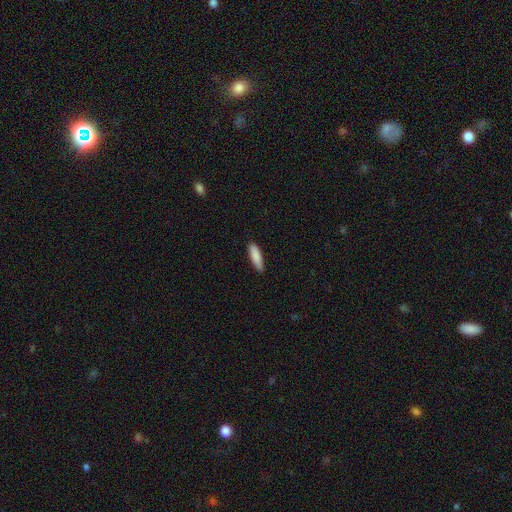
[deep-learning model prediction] Smooth or featured: smooth — 86% (featured or disk — 8%)
How rounded: cigar-shaped — 64% (in between — 34%)
Merging: none — 82% (minor disturbance — 14%)